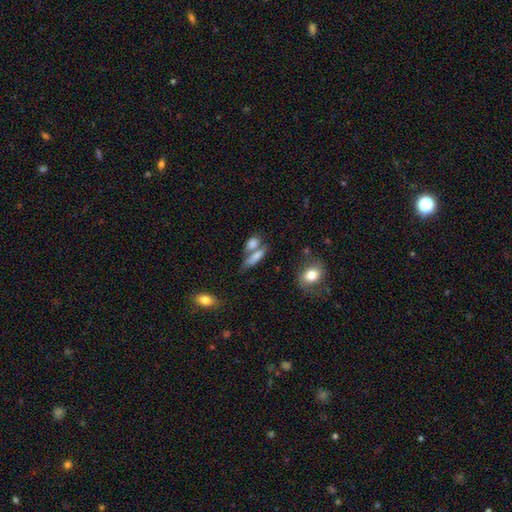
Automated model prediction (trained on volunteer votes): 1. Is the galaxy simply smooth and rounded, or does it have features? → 76% smooth, 15% featured or disk, 9% star or artifact.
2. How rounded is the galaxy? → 52% in between, 40% cigar-shaped, 8% round.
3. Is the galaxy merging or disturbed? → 42% none, 40% merger, 12% minor disturbance, 6% major disturbance.